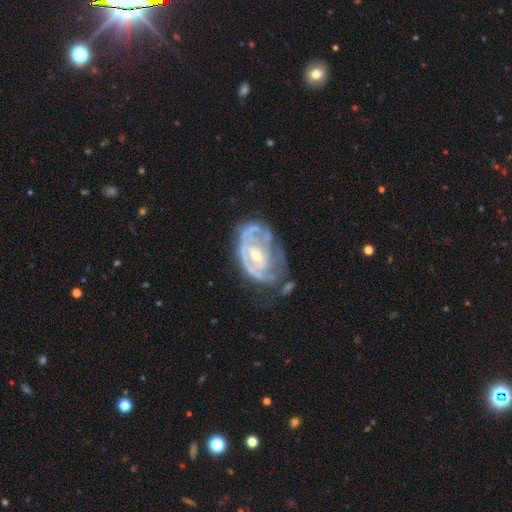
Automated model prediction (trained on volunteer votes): Smooth or featured? Predicted: featured or disk (p=0.78). Edge-on disk? Predicted: no (p=0.96). Bar? Predicted: no (p=0.61). Spiral arms? Predicted: yes (p=0.70). Spiral winding? Predicted: tight (p=0.60). Spiral arm count? Predicted: can't tell (p=0.48). Bulge size? Predicted: small (p=0.49). Merging? Predicted: none (p=0.37).